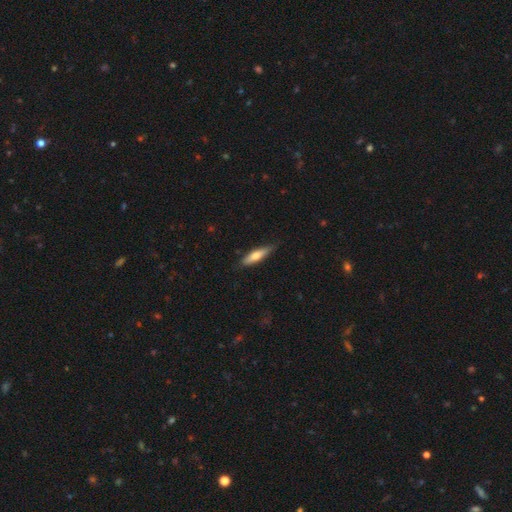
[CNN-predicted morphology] A smooth galaxy with no disk features (62%) that is cigar-shaped (68%). Merging: none (80%).